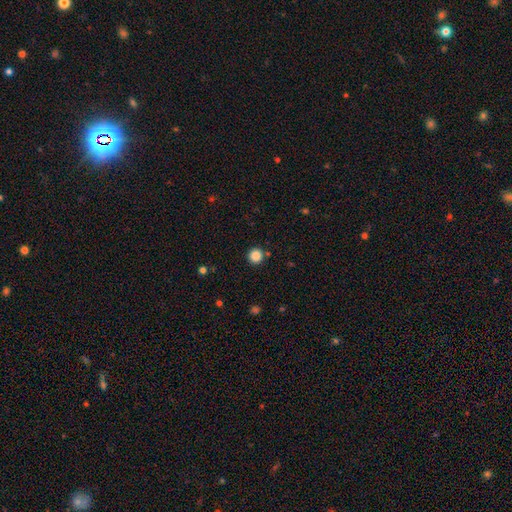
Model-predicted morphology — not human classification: The model was most divided on "smooth or featured": smooth: 86%, star or artifact: 11%, featured or disk: 3%. More confident: how rounded — round (96%); merging — none (90%).